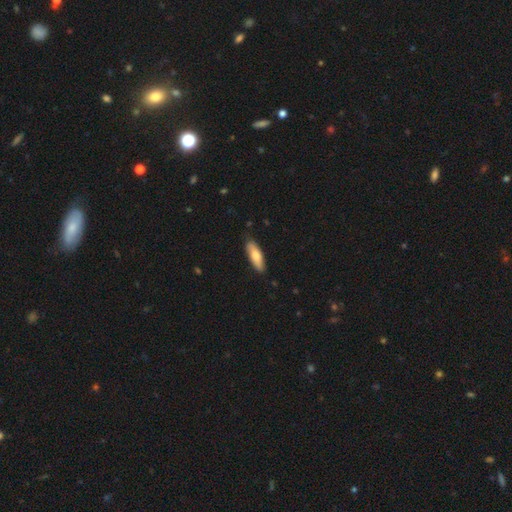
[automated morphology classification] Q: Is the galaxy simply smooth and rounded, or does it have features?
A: smooth — 74%.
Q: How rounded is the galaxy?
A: cigar-shaped — 51%.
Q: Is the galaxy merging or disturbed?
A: none — 83%.